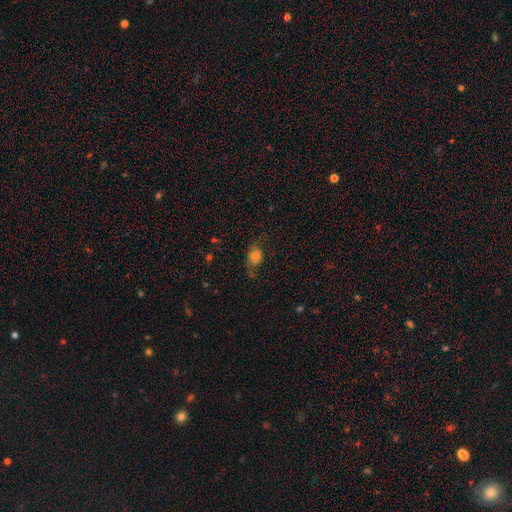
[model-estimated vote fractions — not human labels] smooth_or_featured: smooth (p=0.64) [alt: featured or disk p=0.21]
how_rounded: in between (p=0.71) [alt: round p=0.25]
merging: none (p=0.51) [alt: minor disturbance p=0.27]